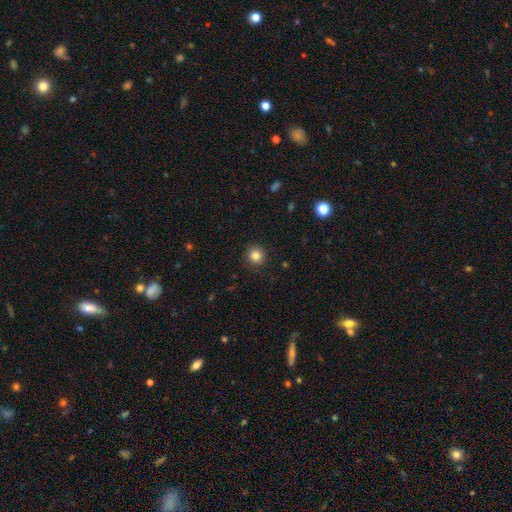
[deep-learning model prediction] smooth_or_featured: smooth (p=0.84) [alt: star or artifact p=0.11]
how_rounded: round (p=0.92) [alt: in between p=0.07]
merging: none (p=0.91) [alt: minor disturbance p=0.06]